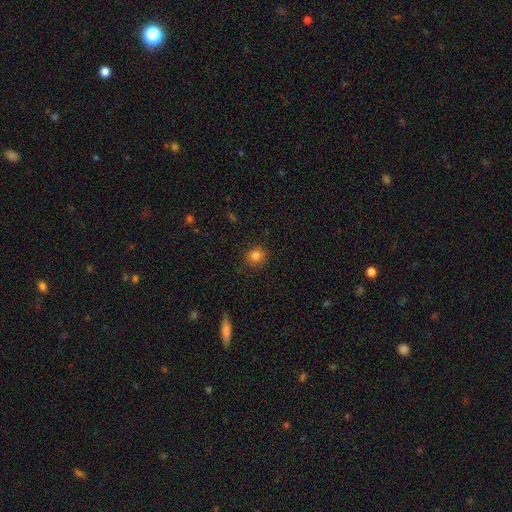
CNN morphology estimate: type=smooth (83%); roundness=round (86%); merging=none (88%).